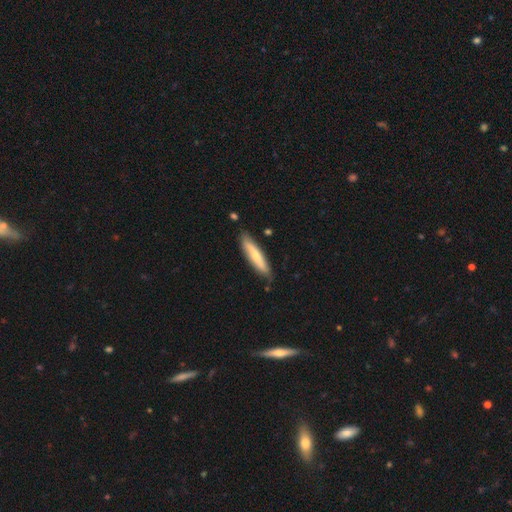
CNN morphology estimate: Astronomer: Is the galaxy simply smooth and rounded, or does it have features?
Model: smooth — 56% (runner-up: featured or disk, 39%).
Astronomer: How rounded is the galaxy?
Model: cigar-shaped — 81%.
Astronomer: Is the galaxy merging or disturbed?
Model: none — 80%.